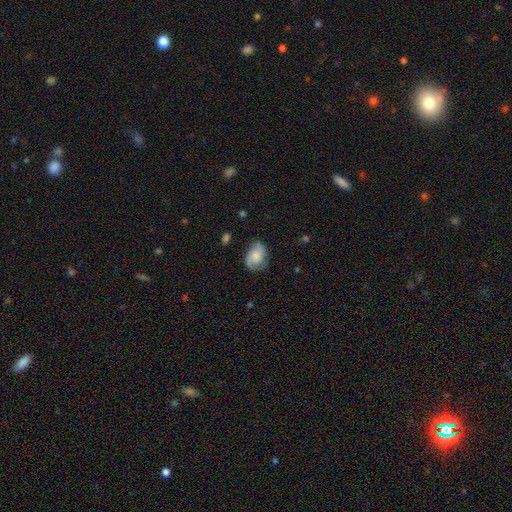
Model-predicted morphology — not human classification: Smooth or featured?
  - smooth: 47% *
  - featured or disk: 45%
  - star or artifact: 8%
Merging?
  - none: 62% *
  - minor disturbance: 27%
  - major disturbance: 10%
  - merger: 2%